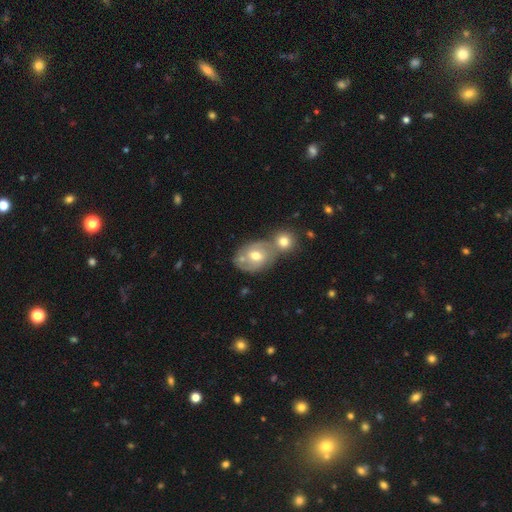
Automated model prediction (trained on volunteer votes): A featured or disk galaxy (47%). Merging: merger (47%).